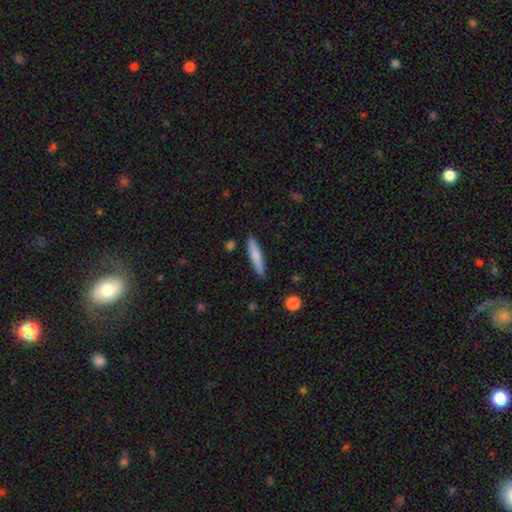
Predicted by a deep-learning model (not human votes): Smooth or featured? Predicted: smooth (p=0.76). How rounded? Predicted: cigar-shaped (p=0.88). Merging? Predicted: none (p=0.86).